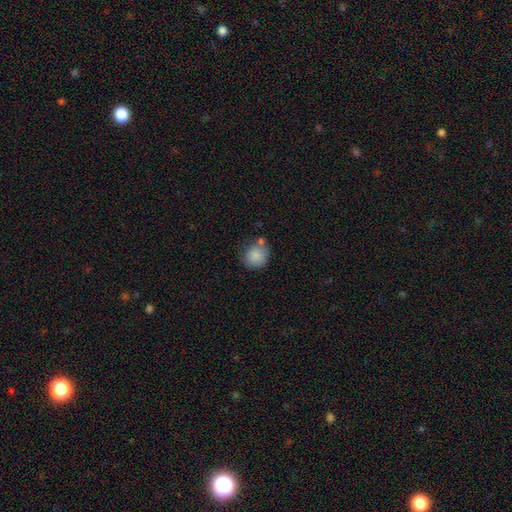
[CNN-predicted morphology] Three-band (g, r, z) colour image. It shows a smooth galaxy with no disk features (86%) that is round (86%). Merging: none (62%).